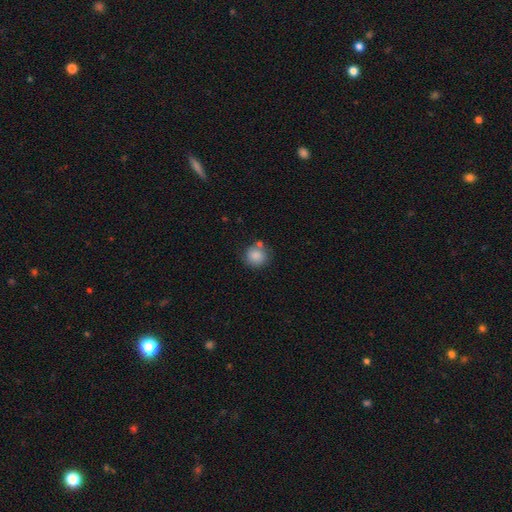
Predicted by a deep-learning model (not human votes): Overall: smooth (85%). How rounded: round (87%). Merging: none (70%).